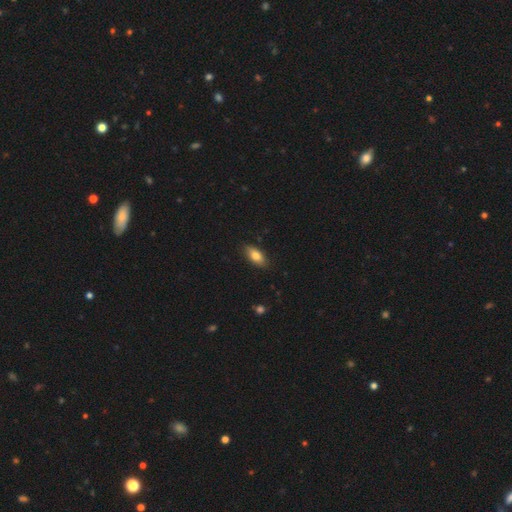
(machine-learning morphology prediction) Smooth or featured? smooth (79%)
How rounded? in between (86%)
Merging? none (86%)